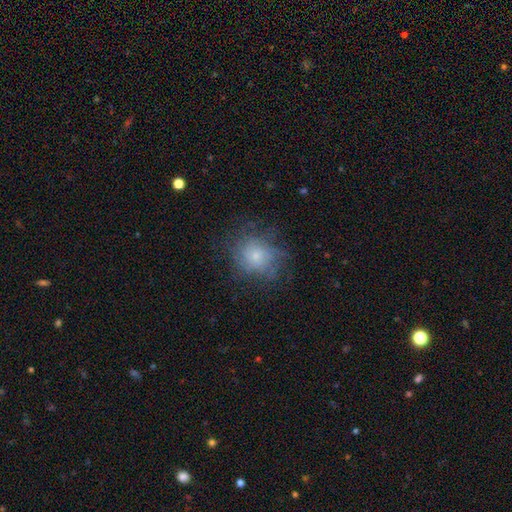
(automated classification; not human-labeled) Smooth or featured? smooth (54%)
How rounded? round (79%)
Merging? none (69%)